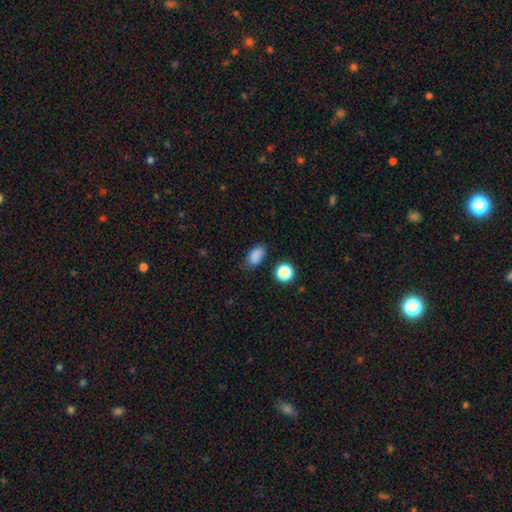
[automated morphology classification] smooth 84%, star or artifact 12%, featured or disk 4%. Down the decision tree: how rounded — in between (85%); merging — none (77%).